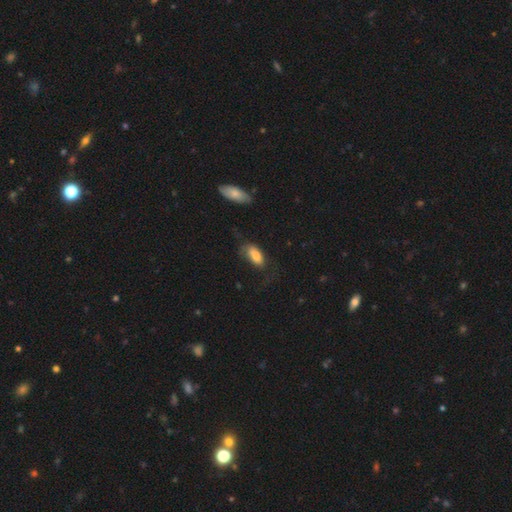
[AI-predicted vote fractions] Smooth or featured? Predicted: smooth (p=0.78). How rounded? Predicted: in between (p=0.89). Merging? Predicted: none (p=0.44).